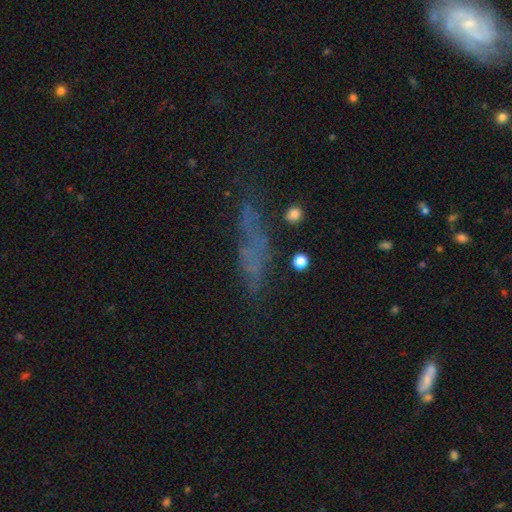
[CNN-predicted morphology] The model was most divided on "smooth or featured": smooth: 43%, featured or disk: 36%, star or artifact: 21%. More confident: merging — none (50%).